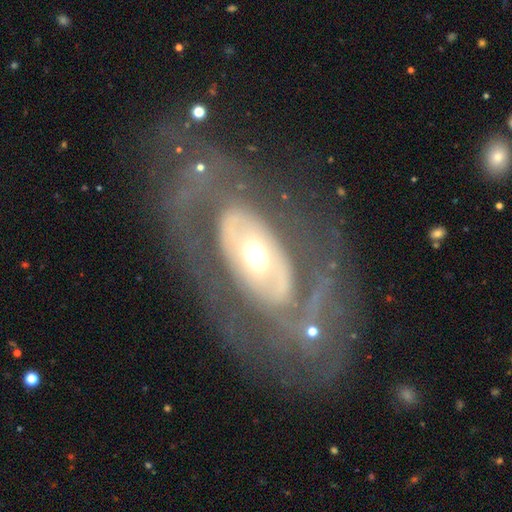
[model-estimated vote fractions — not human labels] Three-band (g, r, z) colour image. It shows a featured or disk galaxy (79%) with no bar (67%), spiral arms (56%) and a moderate central bulge (62%). Merging: none (62%).